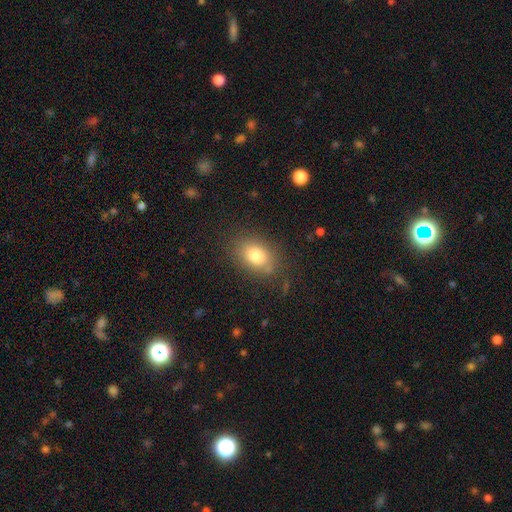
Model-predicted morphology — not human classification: A smooth galaxy with no disk features (79%) that is in between round and cigar-shaped (76%). Merging: none (79%).